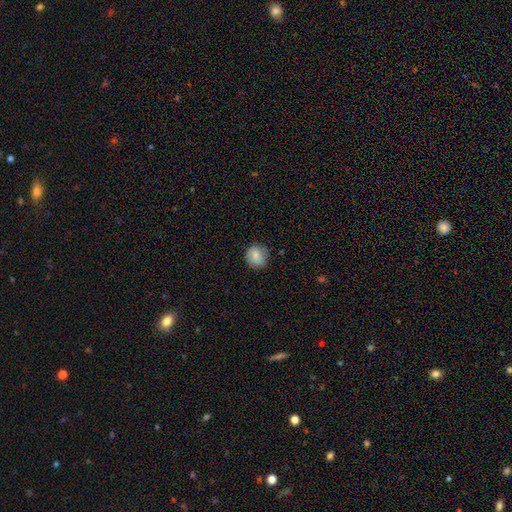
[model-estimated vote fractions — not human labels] This appears to be a smooth galaxy with no disk features (80%) that is round (88%). Merging: none (81%).